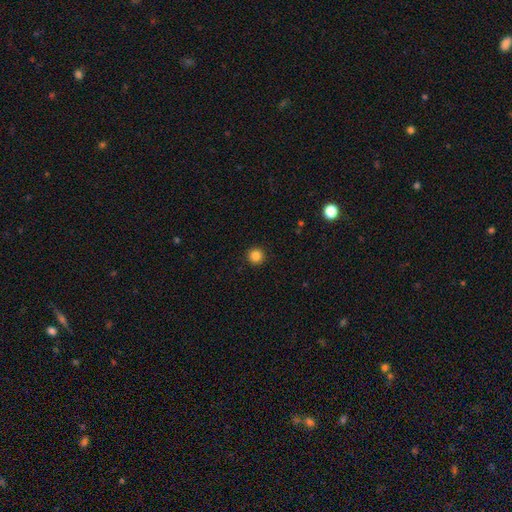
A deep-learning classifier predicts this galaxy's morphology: smooth_or_featured: smooth (p=0.85) [alt: star or artifact p=0.11]
how_rounded: round (p=0.96) [alt: in between p=0.03]
merging: none (p=0.93) [alt: minor disturbance p=0.04]